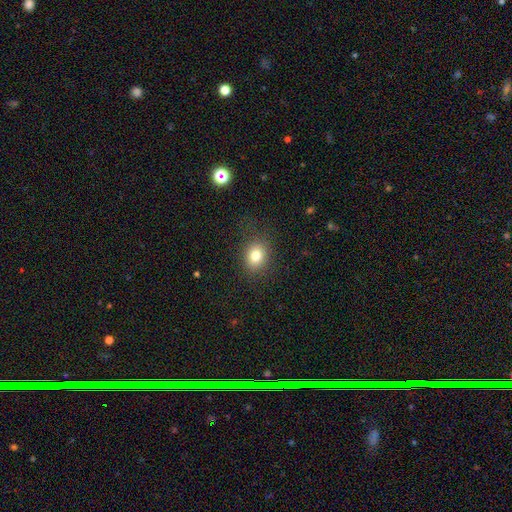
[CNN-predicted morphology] This appears to be a smooth galaxy with no disk features (80%) that is round (52%). Merging: none (82%).